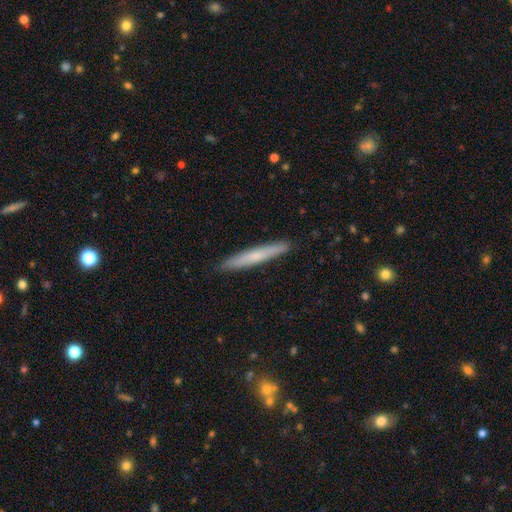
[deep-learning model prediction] Q: Smooth or featured?
A: smooth (59%); runner-up: featured or disk (35%)
Q: How rounded?
A: cigar-shaped (96%); runner-up: in between (3%)
Q: Merging?
A: none (91%); runner-up: minor disturbance (6%)